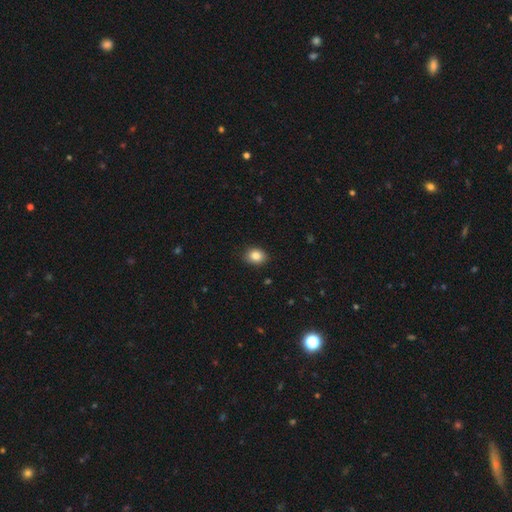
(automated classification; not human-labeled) This appears to be a smooth galaxy with no disk features (85%) that is in between round and cigar-shaped (55%). Merging: none (87%).